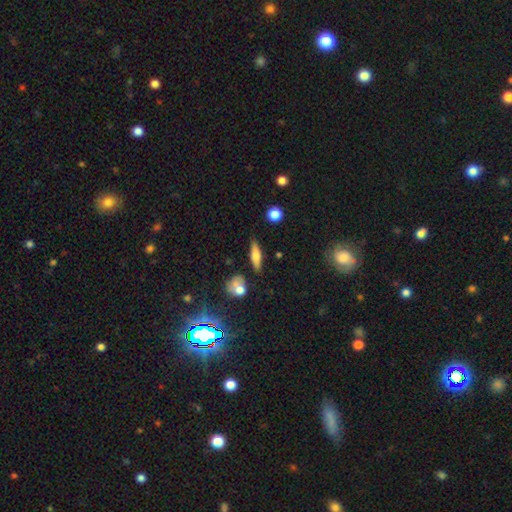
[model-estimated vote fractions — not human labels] Overall: smooth (58%; featured or disk 33%). How rounded: cigar-shaped (60%; in between 36%). Merging: none (79%).